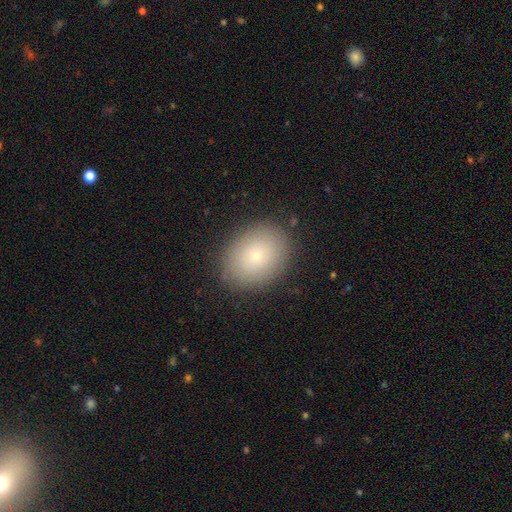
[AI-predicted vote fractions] This appears to be a smooth galaxy with no disk features (74%) that is in between round and cigar-shaped (57%). Merging: none (87%).